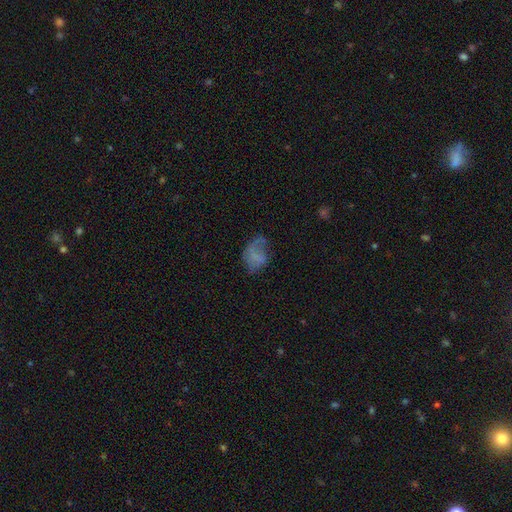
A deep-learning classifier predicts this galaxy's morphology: A smooth galaxy with no disk features (49%).

Vote fractions:
- Smooth or featured? smooth: 49% / featured or disk: 37% / star or artifact: 14%
- Merging? none: 38% / major disturbance: 31% / minor disturbance: 28% / merger: 3%